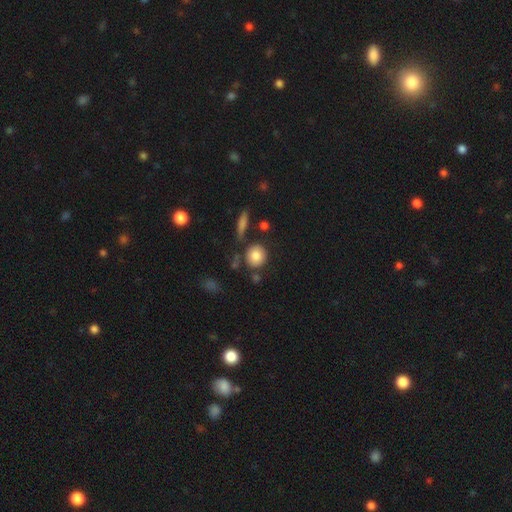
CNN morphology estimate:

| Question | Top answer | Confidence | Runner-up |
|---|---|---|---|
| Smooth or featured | smooth | 82% | featured or disk (9%) |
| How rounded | round | 84% | in between (15%) |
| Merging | none | 75% | minor disturbance (12%) |